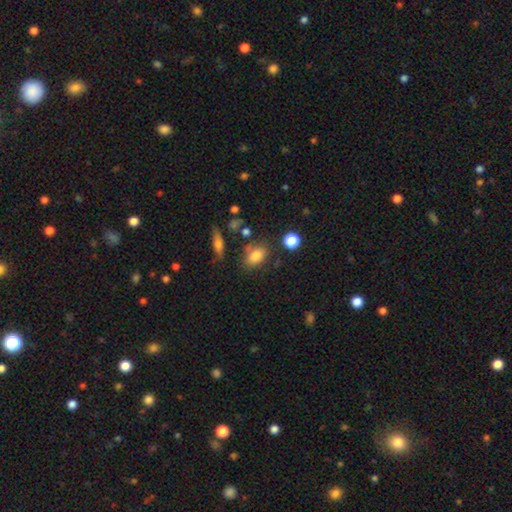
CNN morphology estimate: Q: Smooth or featured?
A: smooth (80%); runner-up: star or artifact (10%)
Q: How rounded?
A: in between (76%); runner-up: round (21%)
Q: Merging?
A: none (70%); runner-up: minor disturbance (17%)